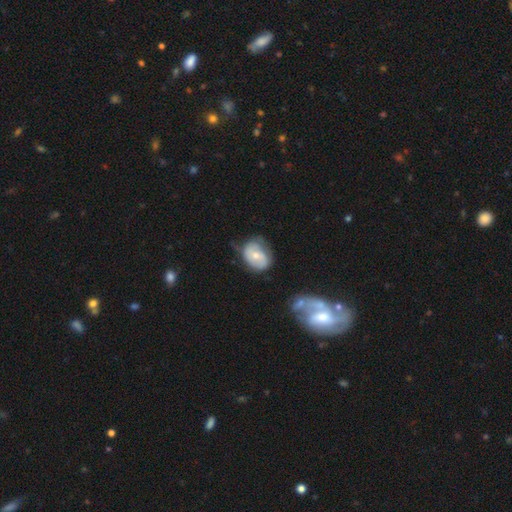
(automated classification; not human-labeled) This appears to be a smooth galaxy with no disk features (47%, tied with featured or disk). Merging: none (47%).